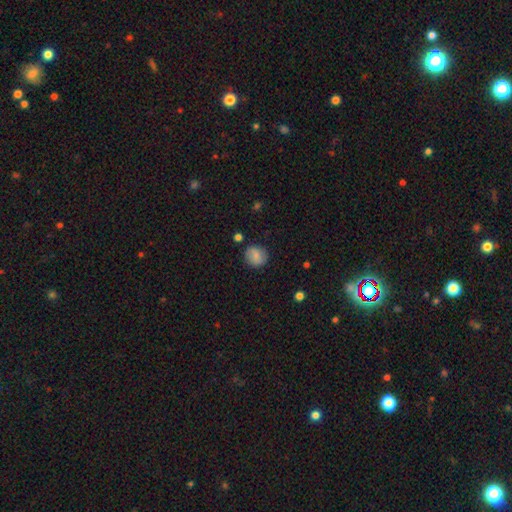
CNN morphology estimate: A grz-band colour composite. It shows a smooth galaxy with no disk features (75%) that is round (83%). Merging: none (86%).